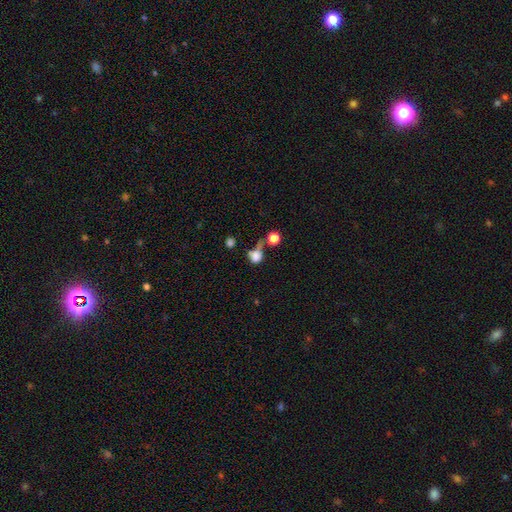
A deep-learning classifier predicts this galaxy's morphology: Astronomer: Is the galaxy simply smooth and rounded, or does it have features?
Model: smooth — 73%.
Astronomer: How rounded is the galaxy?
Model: round — 64%.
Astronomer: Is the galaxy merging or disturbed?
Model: merger — 31% (runner-up: none, 29%).